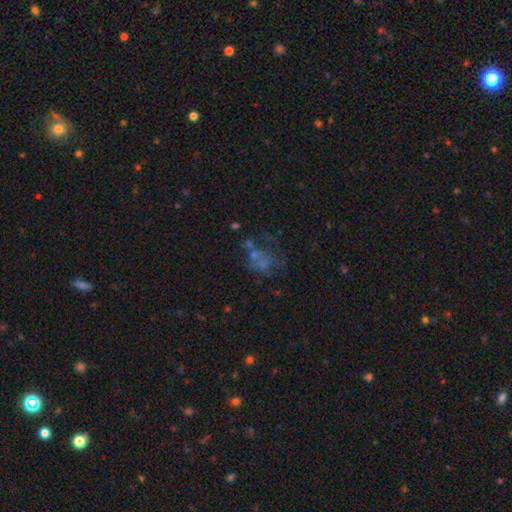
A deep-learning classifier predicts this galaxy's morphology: smooth 36%, featured or disk 35%, star or artifact 29%. Down the decision tree: merging — none (38%).